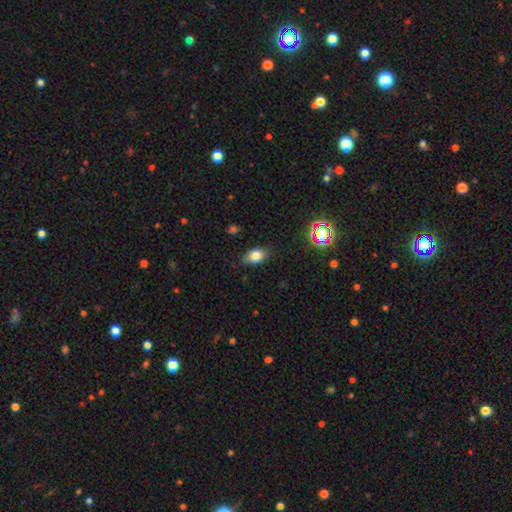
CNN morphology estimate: Smooth or featured? smooth (77%)
How rounded? in between (82%)
Merging? none (81%)